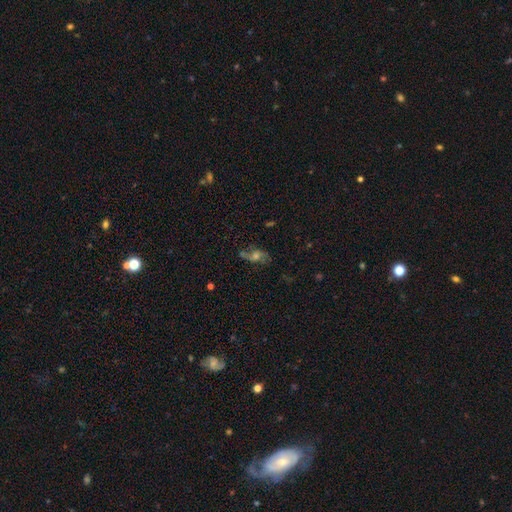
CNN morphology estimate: This appears to be a featured or disk galaxy (53%). Merging: none (60%).